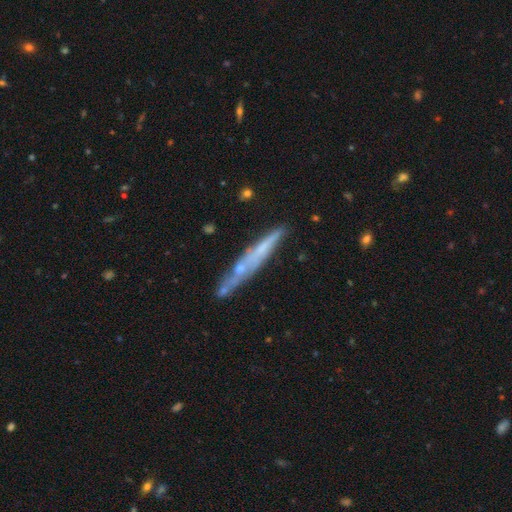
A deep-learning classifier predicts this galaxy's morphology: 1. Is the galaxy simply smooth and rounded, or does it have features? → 54% featured or disk, 38% smooth, 8% star or artifact.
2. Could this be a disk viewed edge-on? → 85% yes, 15% no.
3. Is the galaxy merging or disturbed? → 74% none, 16% minor disturbance, 6% merger, 4% major disturbance.